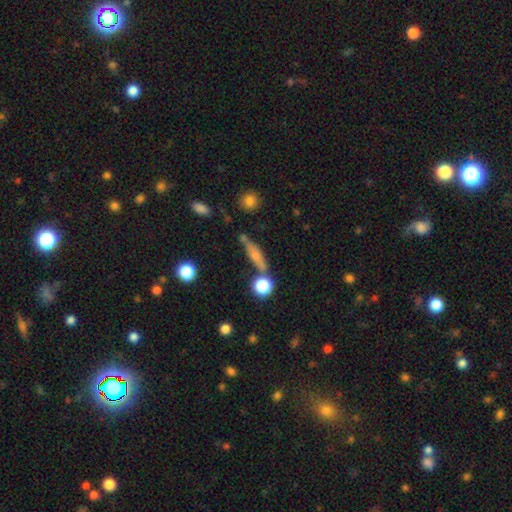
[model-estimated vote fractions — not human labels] Morphology: type=smooth (55%); roundness=cigar-shaped (70%); merging=none (67%).